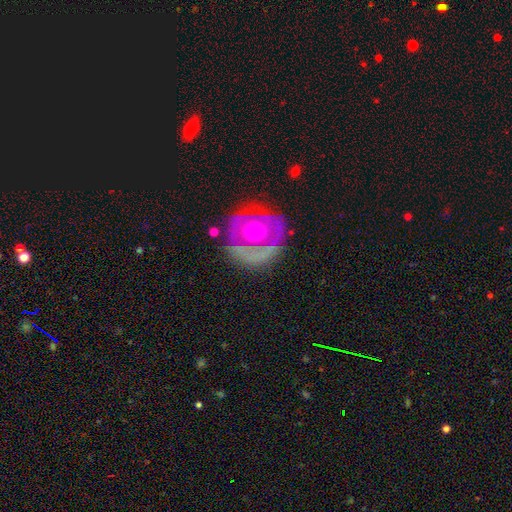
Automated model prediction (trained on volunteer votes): Smooth or featured? featured or disk (66%)
Edge-on disk? no (95%)
Bar? no (71%)
Spiral arms? no (55%)
Bulge size? moderate (71%)
Merging? none (61%)